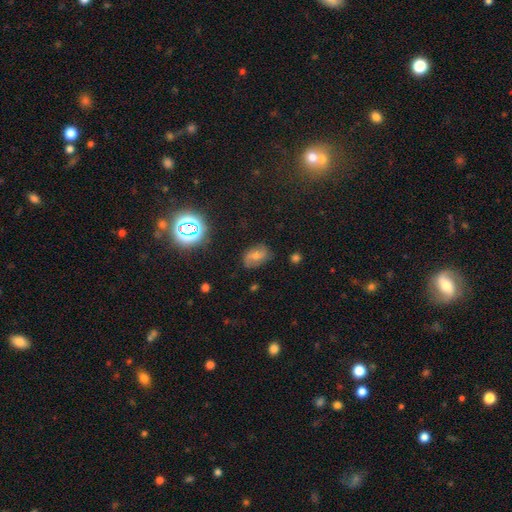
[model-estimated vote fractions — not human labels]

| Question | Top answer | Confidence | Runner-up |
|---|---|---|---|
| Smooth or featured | smooth | 43% | featured or disk (40%) |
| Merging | none | 72% | minor disturbance (20%) |